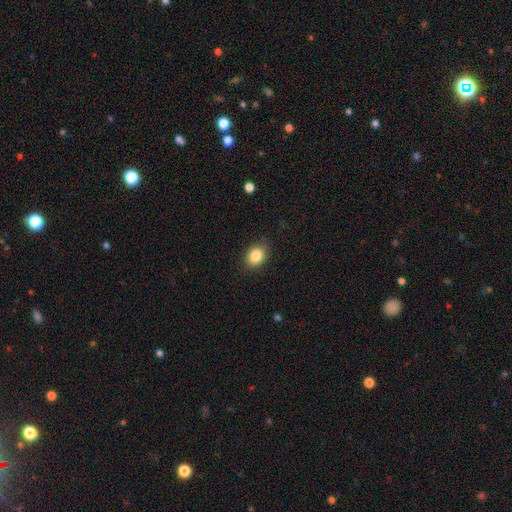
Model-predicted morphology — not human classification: A smooth galaxy with no disk features (84%) that is in between round and cigar-shaped (55%).

Vote fractions:
- Smooth or featured? smooth: 84% / star or artifact: 9% / featured or disk: 6%
- How rounded? in between: 55% / round: 43% / cigar-shaped: 1%
- Merging? none: 83% / minor disturbance: 13% / major disturbance: 3% / merger: 1%